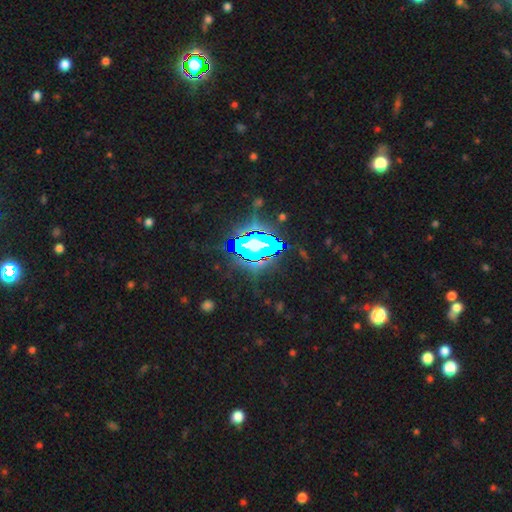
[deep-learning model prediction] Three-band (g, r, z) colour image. It shows a star or artifact, not a galaxy (83%).